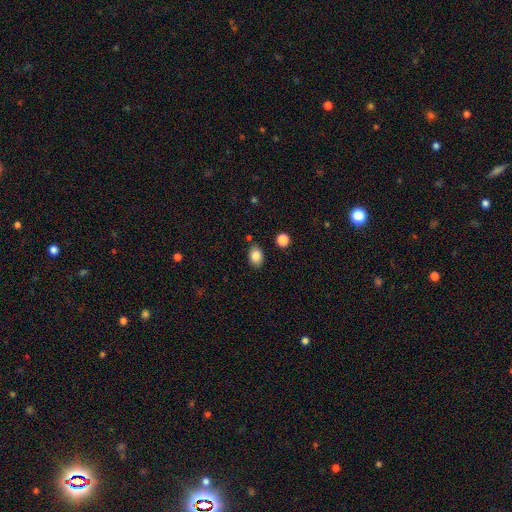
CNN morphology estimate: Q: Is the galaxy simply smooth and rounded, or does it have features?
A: smooth — 86%.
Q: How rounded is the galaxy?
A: in between — 73%.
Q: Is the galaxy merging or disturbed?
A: none — 84%.